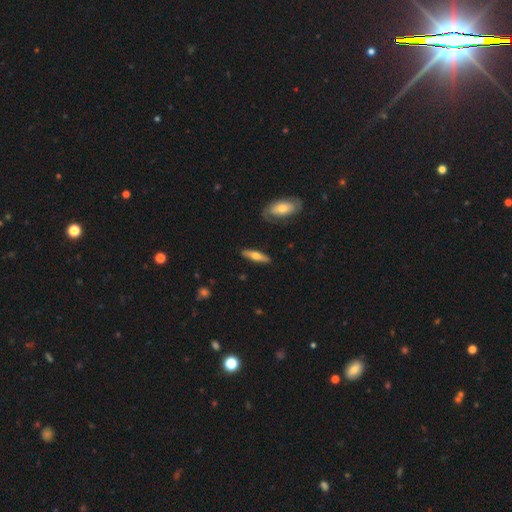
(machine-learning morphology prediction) smooth-or-featured: smooth: 50% | featured or disk: 45% | star or artifact: 5%
  merging: none: 86% | minor disturbance: 10% | major disturbance: 2% | merger: 2%